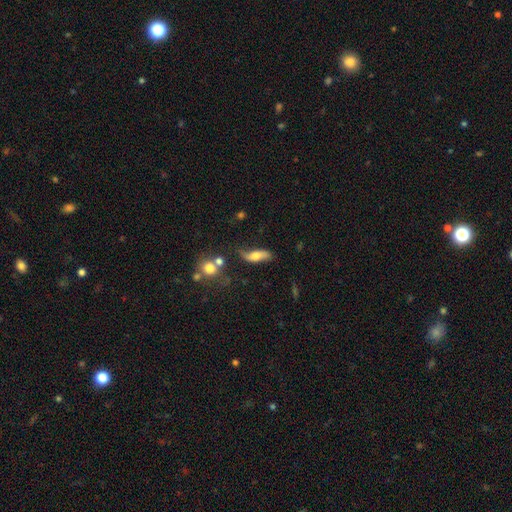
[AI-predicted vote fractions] Q: Smooth or featured?
A: smooth (46%); runner-up: featured or disk (45%)
Q: Merging?
A: none (57%); runner-up: minor disturbance (25%)